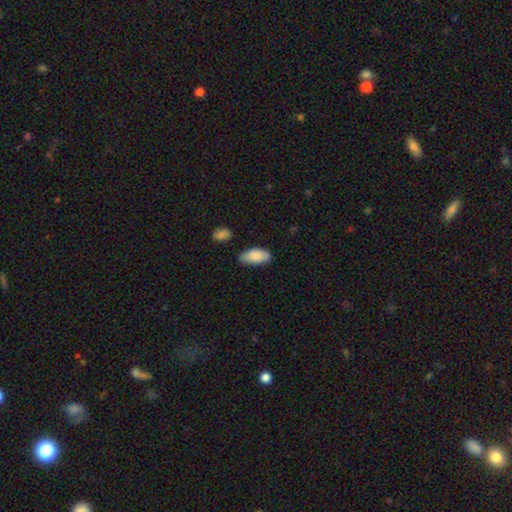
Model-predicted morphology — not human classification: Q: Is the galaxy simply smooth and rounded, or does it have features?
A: smooth — 85%.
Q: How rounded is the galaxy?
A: in between — 92%.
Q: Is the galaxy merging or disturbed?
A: none — 65%.